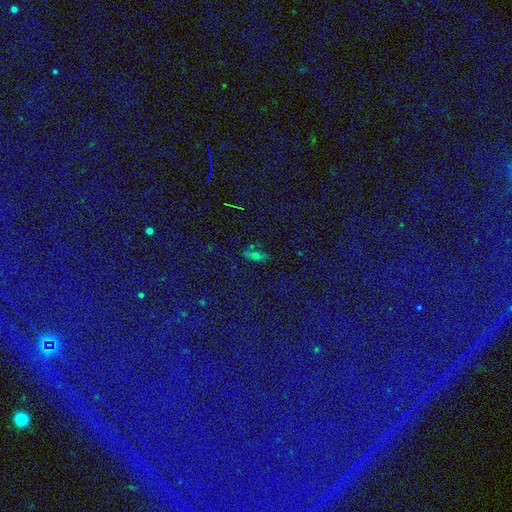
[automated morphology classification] Q: Smooth or featured?
A: smooth (47%); runner-up: star or artifact (34%)
Q: Merging?
A: none (72%); runner-up: minor disturbance (17%)